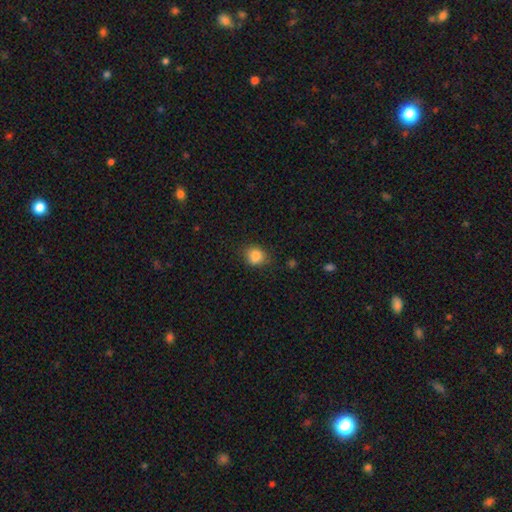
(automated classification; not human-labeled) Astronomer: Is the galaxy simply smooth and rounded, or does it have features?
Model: smooth — 85%.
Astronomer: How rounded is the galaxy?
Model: round — 64%.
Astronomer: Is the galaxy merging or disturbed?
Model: none — 75%.